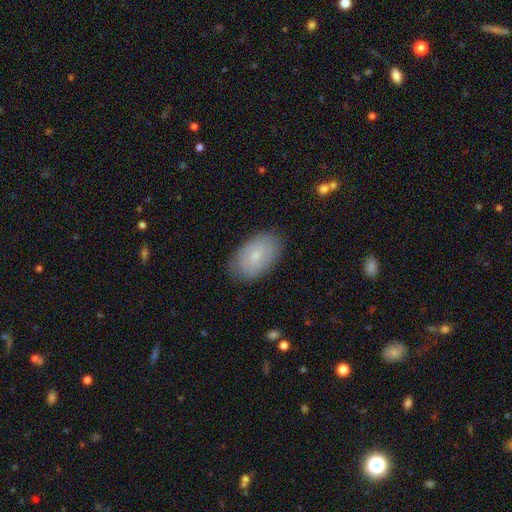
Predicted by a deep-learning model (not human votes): Morphology: type=smooth (66%); roundness=in between (92%); merging=none (83%).